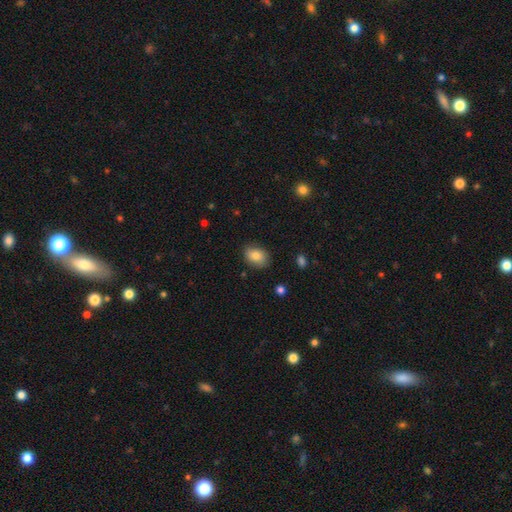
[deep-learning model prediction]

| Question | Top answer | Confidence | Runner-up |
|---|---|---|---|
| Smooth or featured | smooth | 81% | featured or disk (10%) |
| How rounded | in between | 70% | round (29%) |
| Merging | none | 80% | minor disturbance (16%) |